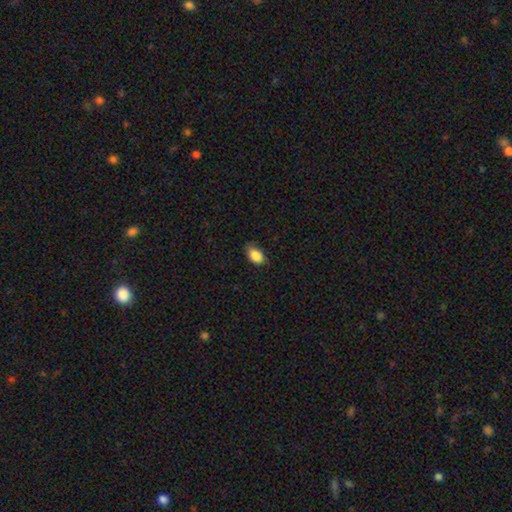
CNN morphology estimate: Smooth or featured? smooth (87%)
How rounded? in between (88%)
Merging? none (76%)